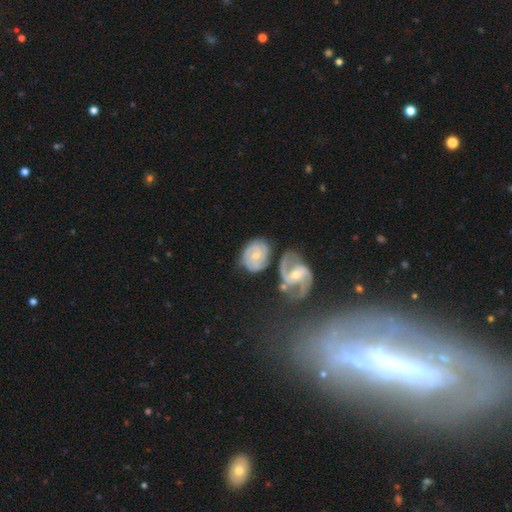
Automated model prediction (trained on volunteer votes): This appears to be a featured or disk galaxy (79%) with no bar (52%), 2 (61%) tight (47%) spiral arms (95%) and a small central bulge (58%). Merging: none (57%).